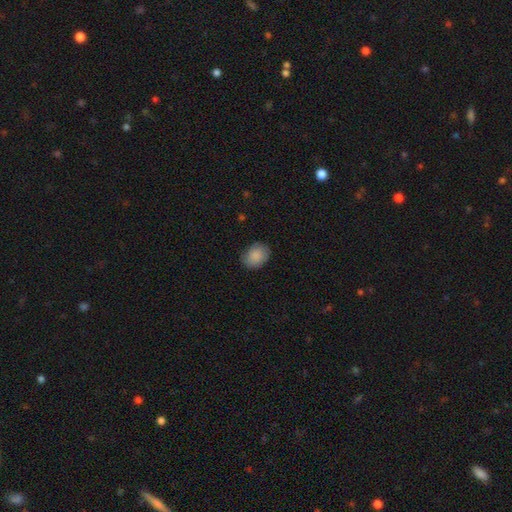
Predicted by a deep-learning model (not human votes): Q: Smooth or featured?
A: smooth (87%); runner-up: star or artifact (7%)
Q: How rounded?
A: in between (59%); runner-up: round (40%)
Q: Merging?
A: none (79%); runner-up: minor disturbance (17%)